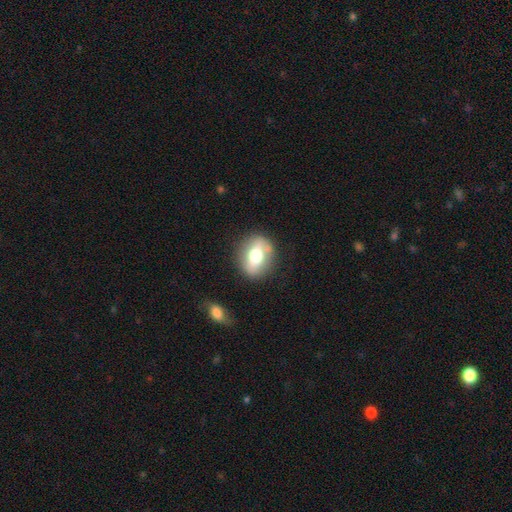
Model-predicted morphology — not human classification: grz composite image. It shows a smooth galaxy with no disk features (54%) that is in between round and cigar-shaped (55%). Merging: none (81%).